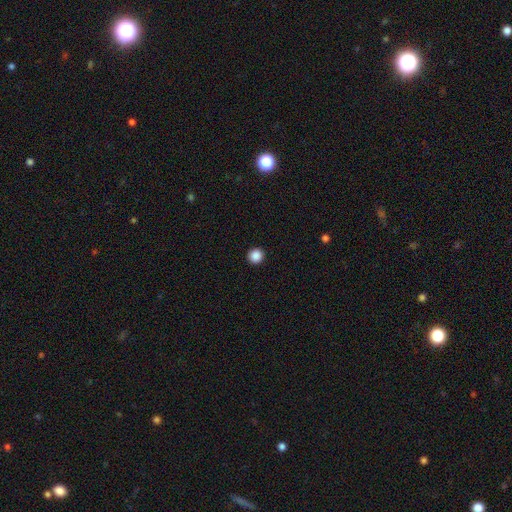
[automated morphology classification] Q: Smooth or featured?
A: smooth (88%); runner-up: star or artifact (10%)
Q: How rounded?
A: round (95%); runner-up: in between (4%)
Q: Merging?
A: none (94%); runner-up: minor disturbance (4%)